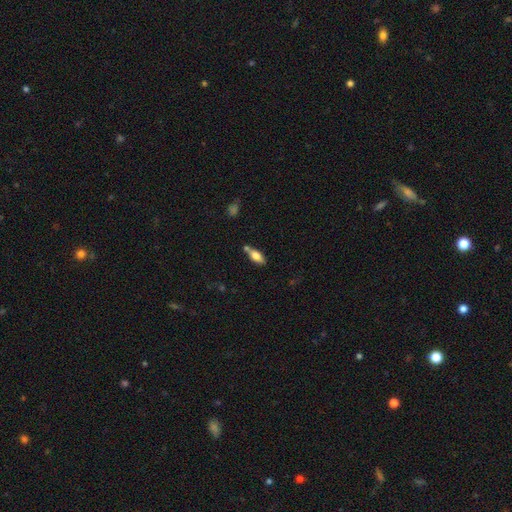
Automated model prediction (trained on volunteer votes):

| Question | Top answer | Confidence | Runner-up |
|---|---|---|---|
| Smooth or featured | smooth | 75% | featured or disk (18%) |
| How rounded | in between | 80% | cigar-shaped (18%) |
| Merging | none | 65% | merger (16%) |